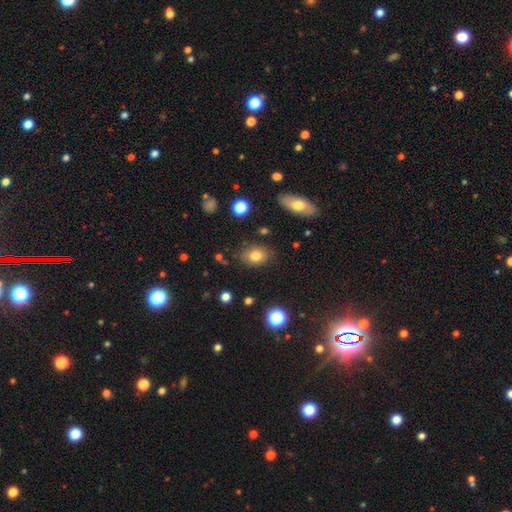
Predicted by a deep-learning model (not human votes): Morphology: type=smooth (78%); roundness=in between (66%); merging=none (81%).